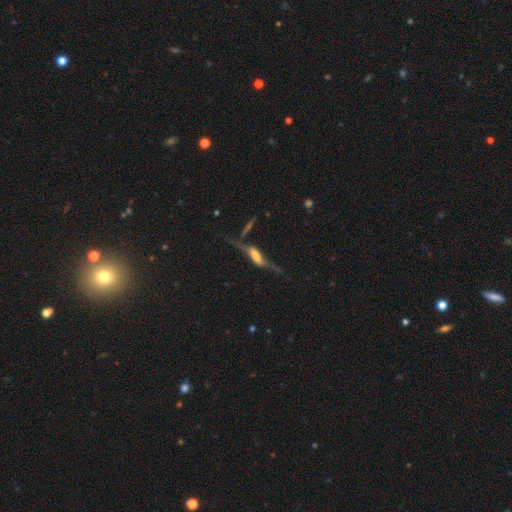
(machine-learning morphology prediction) type=featured or disk (74%); edge-on=yes (68%); edge-on bulge=rounded (50%); merging=none (46%).